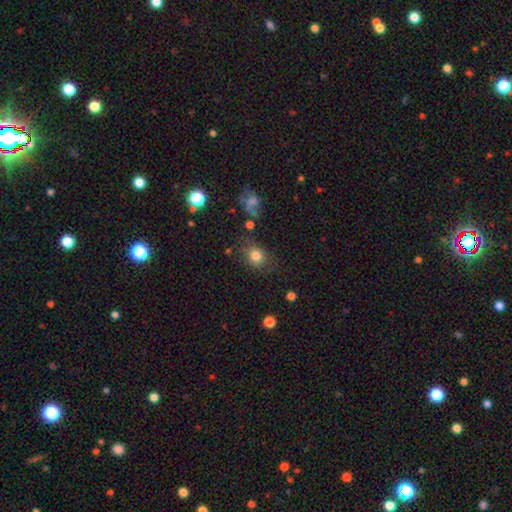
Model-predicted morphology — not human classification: Smooth or featured: smooth — 78% (star or artifact — 13%)
How rounded: round — 64% (in between — 35%)
Merging: none — 67% (minor disturbance — 18%)